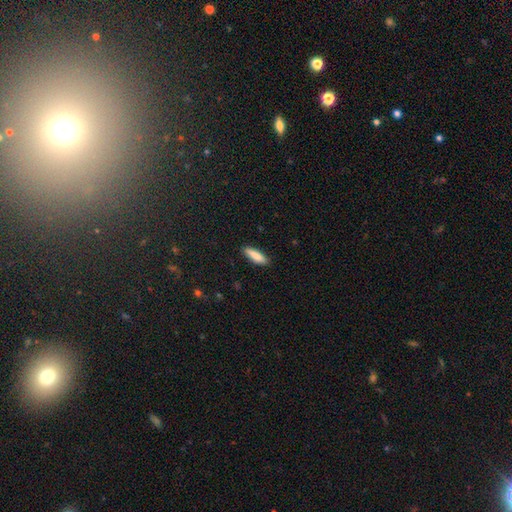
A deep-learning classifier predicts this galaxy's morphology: smooth 83%, featured or disk 11%, star or artifact 6%. Down the decision tree: how rounded — cigar-shaped (60%); merging — none (88%).